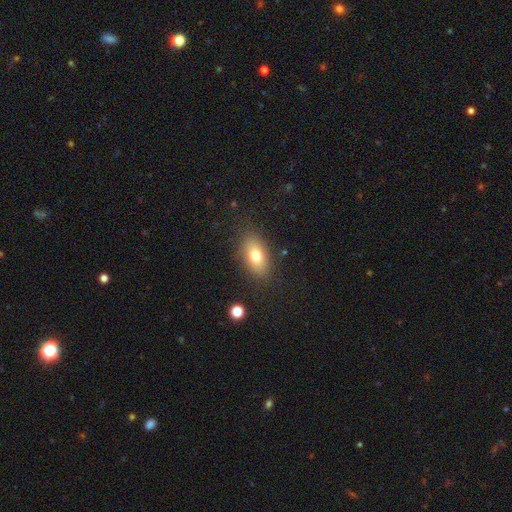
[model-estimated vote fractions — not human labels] smooth-or-featured: smooth: 75% | featured or disk: 15% | star or artifact: 10%
  how-rounded: in between: 86% | round: 9% | cigar-shaped: 4%
  merging: none: 83% | minor disturbance: 11% | major disturbance: 4% | merger: 2%